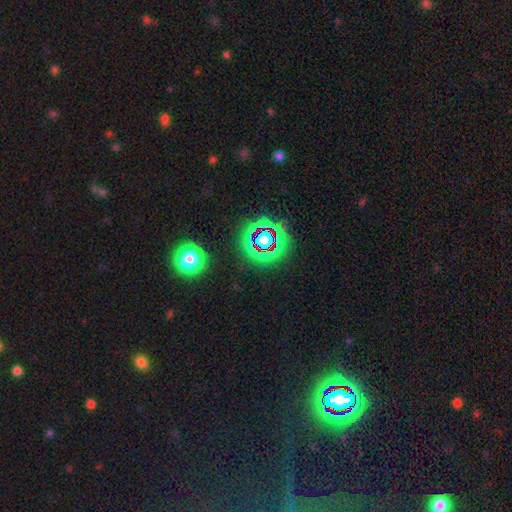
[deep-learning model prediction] Morphology: type=star or artifact (70%).